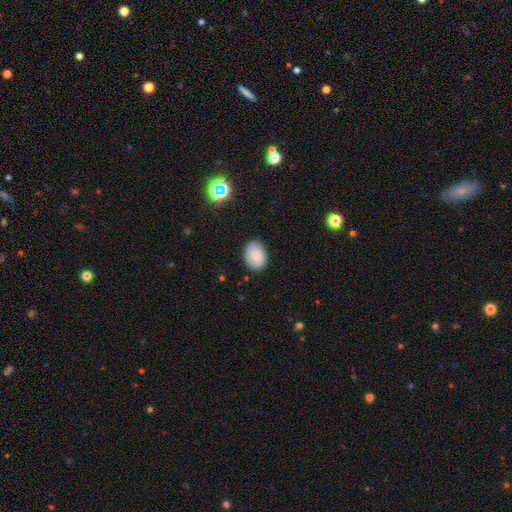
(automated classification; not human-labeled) Smooth or featured: smooth — 82% (featured or disk — 9%)
How rounded: in between — 74% (round — 25%)
Merging: none — 85% (minor disturbance — 11%)